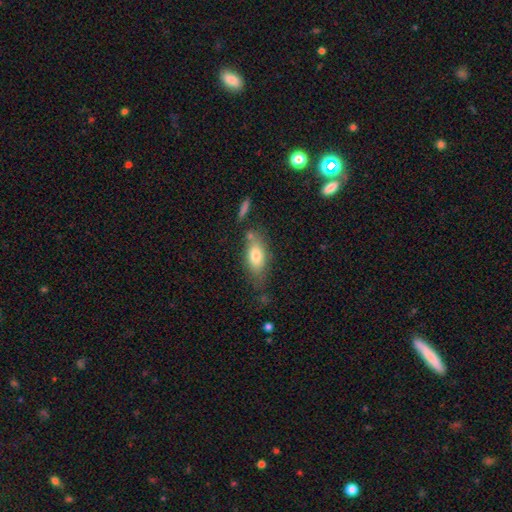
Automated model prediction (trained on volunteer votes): Overall: smooth (75%). How rounded: in between (82%). Merging: none (61%).